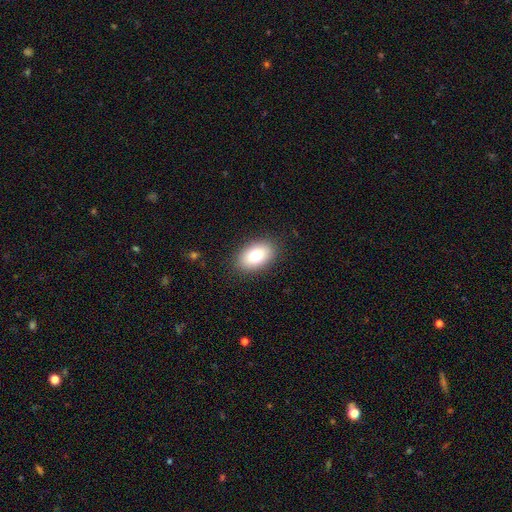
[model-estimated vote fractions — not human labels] Morphology: type=smooth (81%); roundness=in between (91%); merging=none (88%).